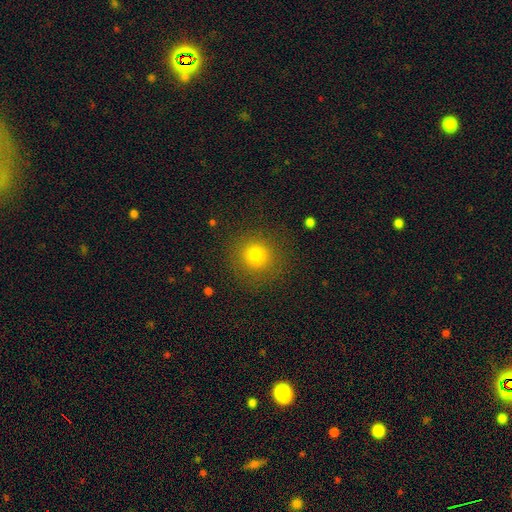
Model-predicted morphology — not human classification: smooth-or-featured: smooth: 78% | star or artifact: 14% | featured or disk: 8%
  how-rounded: round: 91% | in between: 8% | cigar-shaped: 1%
  merging: none: 87% | minor disturbance: 8% | major disturbance: 4% | merger: 1%